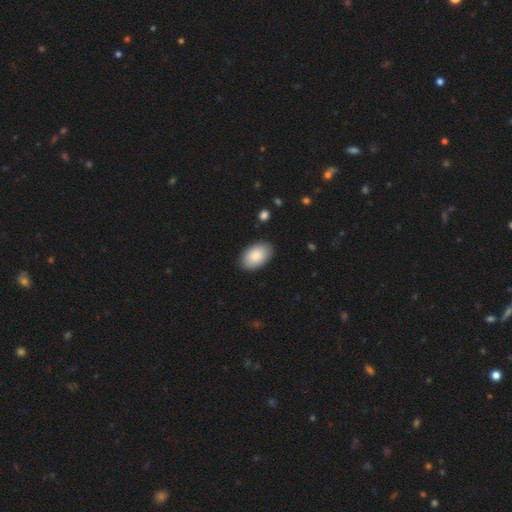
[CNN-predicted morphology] Smooth or featured: smooth — 87% (featured or disk — 8%)
How rounded: in between — 93% (round — 6%)
Merging: none — 88% (minor disturbance — 9%)